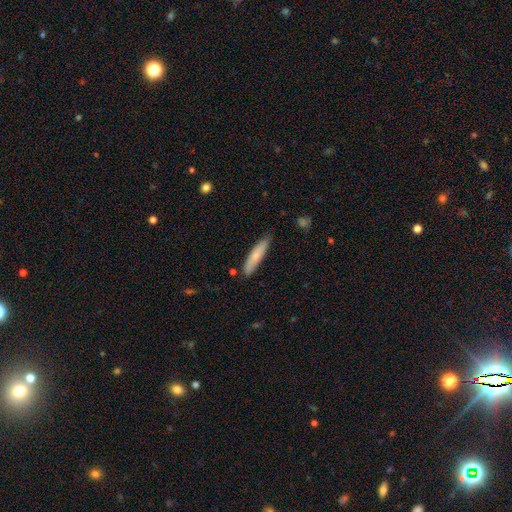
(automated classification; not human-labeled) Overall: smooth (73%). How rounded: cigar-shaped (82%). Merging: none (81%).